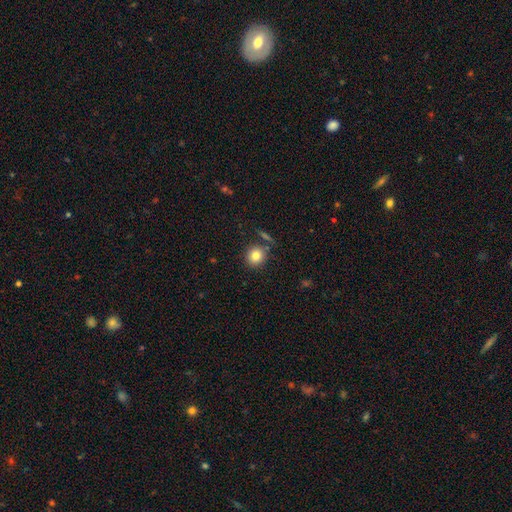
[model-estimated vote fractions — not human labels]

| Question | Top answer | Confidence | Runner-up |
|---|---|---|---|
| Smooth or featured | smooth | 82% | star or artifact (10%) |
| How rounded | round | 88% | in between (11%) |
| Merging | none | 80% | minor disturbance (9%) |